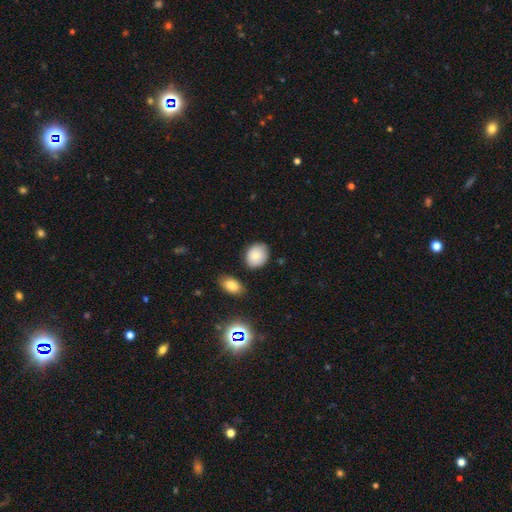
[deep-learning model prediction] A smooth galaxy with no disk features (81%) that is round (55%). Merging: none (80%).